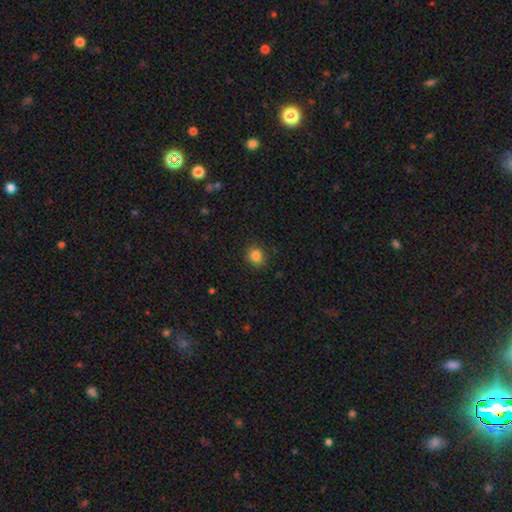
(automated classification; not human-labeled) This is clearly a smooth galaxy (83%). How rounded: likely round (77%). Merging: clearly none (88%).